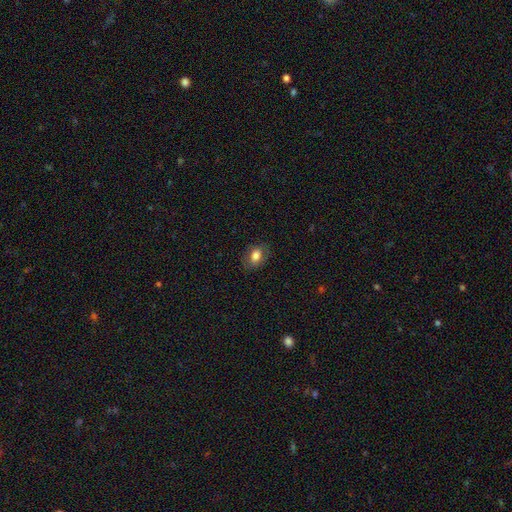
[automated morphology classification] A smooth galaxy with no disk features (77%) that is in between round and cigar-shaped (81%). Merging: none (82%).